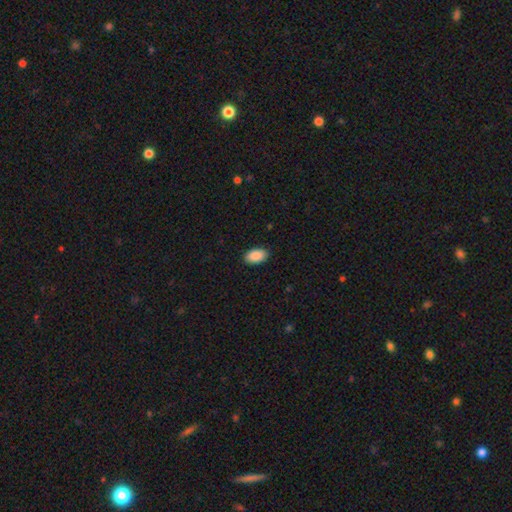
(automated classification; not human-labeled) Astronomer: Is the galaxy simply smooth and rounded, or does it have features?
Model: smooth — 90%.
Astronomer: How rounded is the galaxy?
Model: in between — 94%.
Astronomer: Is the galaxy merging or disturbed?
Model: none — 89%.